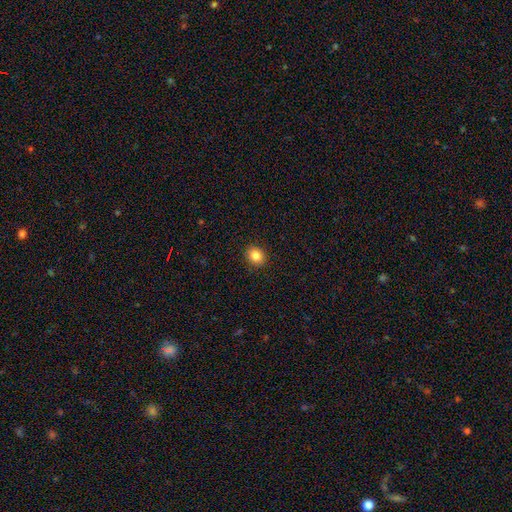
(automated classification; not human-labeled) Smooth or featured? Predicted: smooth (p=0.84). How rounded? Predicted: round (p=0.72). Merging? Predicted: none (p=0.92).